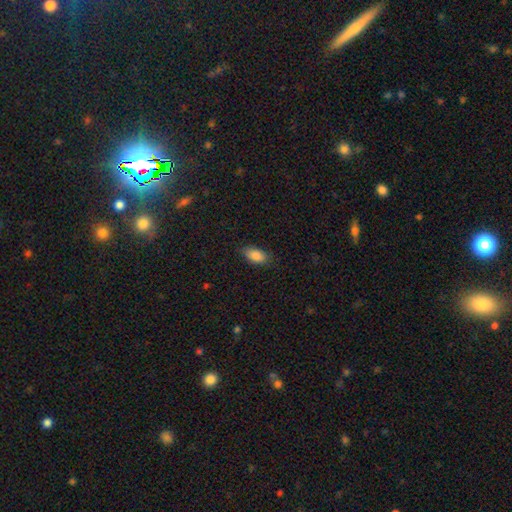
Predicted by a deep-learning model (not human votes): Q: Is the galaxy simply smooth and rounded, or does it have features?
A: smooth — 86%.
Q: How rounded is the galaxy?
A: in between — 91%.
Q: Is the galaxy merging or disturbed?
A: none — 81%.